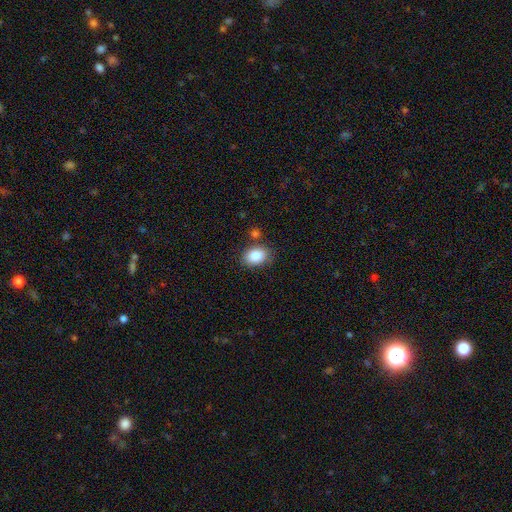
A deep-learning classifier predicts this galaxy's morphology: Smooth or featured? smooth (88%)
How rounded? in between (76%)
Merging? none (76%)